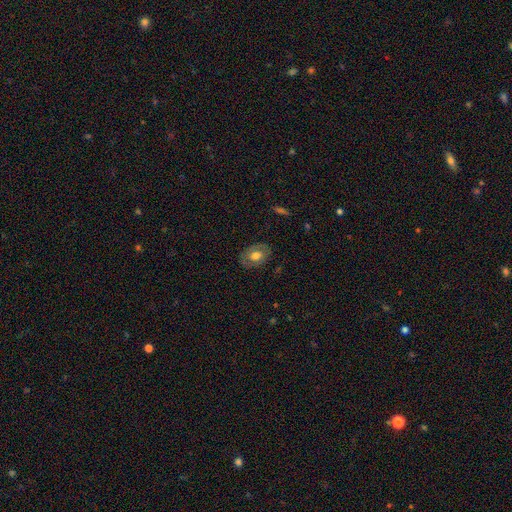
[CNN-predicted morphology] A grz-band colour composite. It shows a smooth galaxy with no disk features (56%) that is in between round and cigar-shaped (74%). Merging: none (81%).